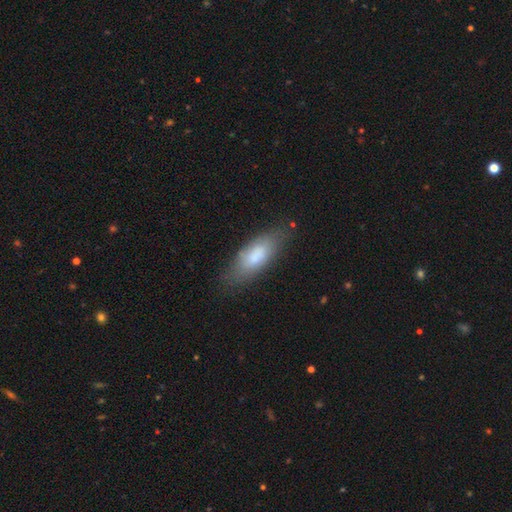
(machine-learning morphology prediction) Smooth or featured? smooth (76%)
How rounded? in between (72%)
Merging? none (73%)